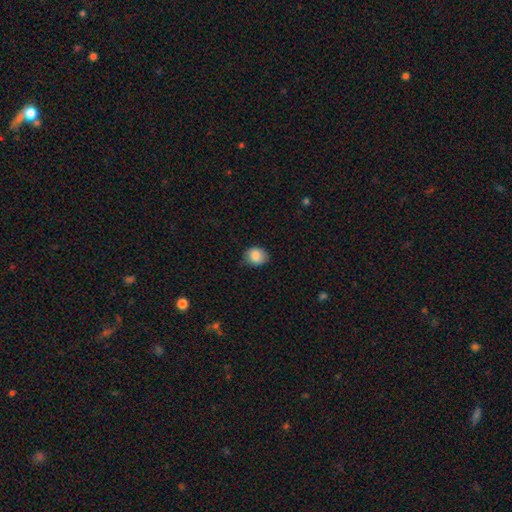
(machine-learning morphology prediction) smooth-or-featured: smooth: 85% | star or artifact: 8% | featured or disk: 7%
  how-rounded: round: 56% | in between: 43% | cigar-shaped: 1%
  merging: none: 70% | minor disturbance: 24% | major disturbance: 4% | merger: 1%